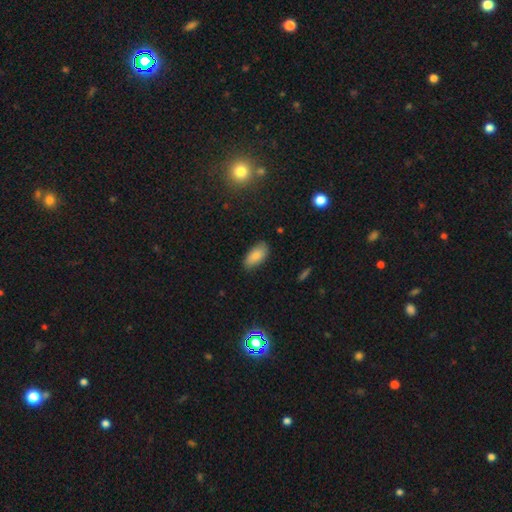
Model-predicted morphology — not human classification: smooth 85%, featured or disk 8%, star or artifact 7%. Down the decision tree: how rounded — in between (92%); merging — none (83%).